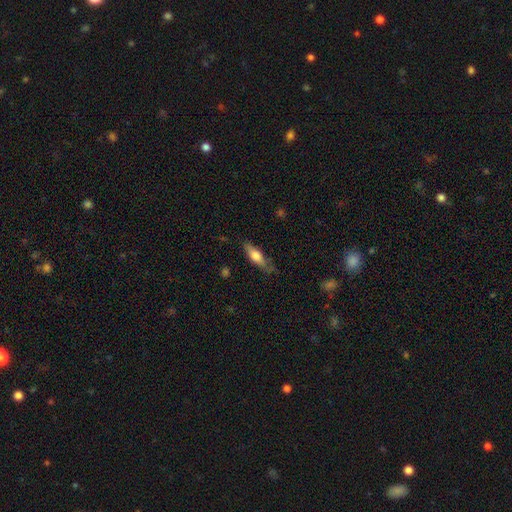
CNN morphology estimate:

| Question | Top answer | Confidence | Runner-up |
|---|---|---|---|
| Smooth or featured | smooth | 62% | featured or disk (32%) |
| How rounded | cigar-shaped | 52% | in between (46%) |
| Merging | none | 65% | minor disturbance (26%) |